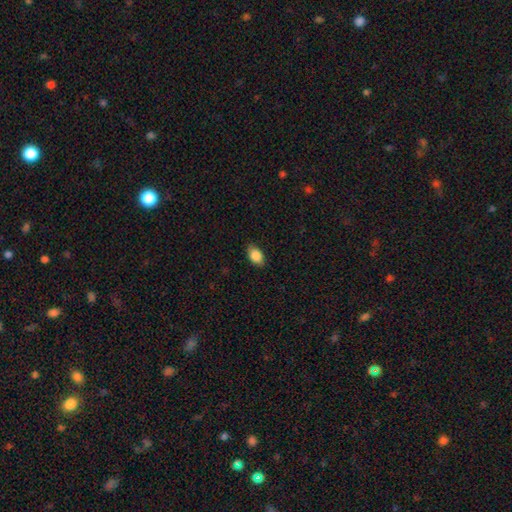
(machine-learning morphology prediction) Smooth or featured: smooth — 87% (star or artifact — 8%)
How rounded: in between — 88% (round — 10%)
Merging: none — 86% (minor disturbance — 10%)